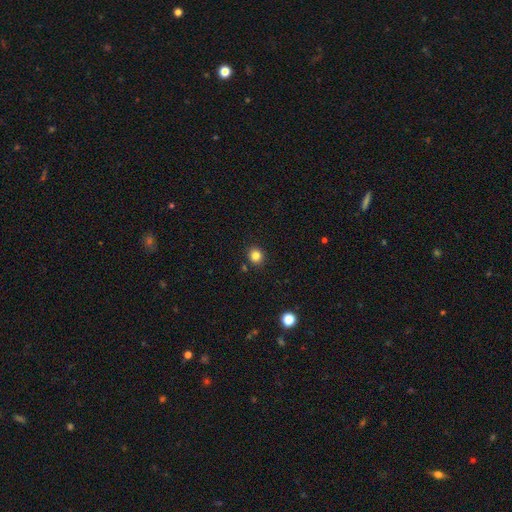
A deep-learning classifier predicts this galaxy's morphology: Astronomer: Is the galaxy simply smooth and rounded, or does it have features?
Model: smooth — 83%.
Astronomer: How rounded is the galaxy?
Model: round — 81%.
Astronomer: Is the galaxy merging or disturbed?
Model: none — 88%.